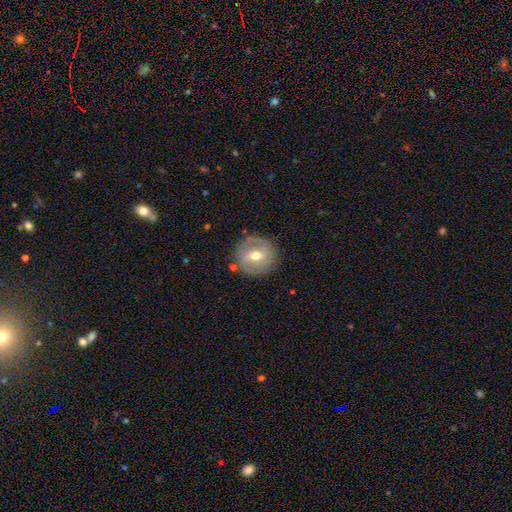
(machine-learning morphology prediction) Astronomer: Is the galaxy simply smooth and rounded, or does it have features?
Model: featured or disk — 56% (runner-up: smooth, 36%).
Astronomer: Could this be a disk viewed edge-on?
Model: no — 95%.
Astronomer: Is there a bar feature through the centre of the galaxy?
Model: weak — 49% (runner-up: strong, 26%).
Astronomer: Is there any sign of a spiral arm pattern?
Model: yes — 51% (runner-up: no, 49%).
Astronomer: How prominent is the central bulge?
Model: moderate — 77%.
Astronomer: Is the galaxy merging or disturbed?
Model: none — 84%.